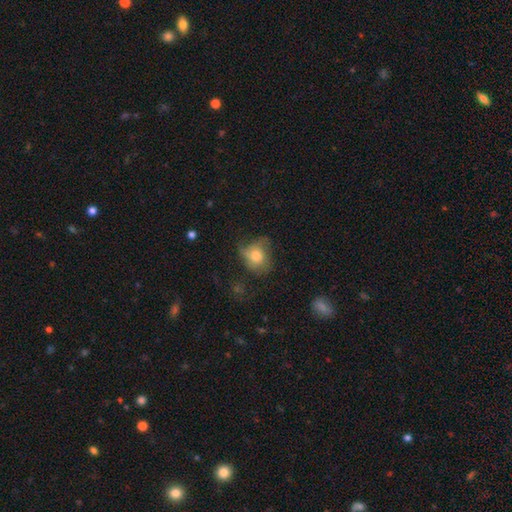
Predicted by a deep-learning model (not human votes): A smooth galaxy with no disk features (65%) that is round (58%). Merging: none (44%).